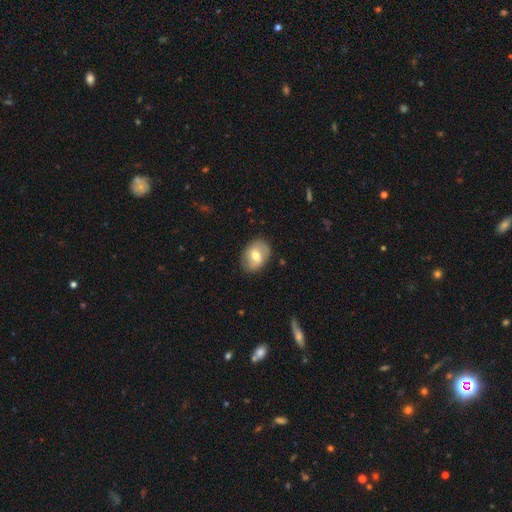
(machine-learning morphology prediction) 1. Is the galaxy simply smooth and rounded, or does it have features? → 55% smooth, 38% featured or disk, 7% star or artifact.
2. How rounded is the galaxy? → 62% in between, 36% round, 1% cigar-shaped.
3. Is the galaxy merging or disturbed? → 82% none, 13% minor disturbance, 3% major disturbance, 1% merger.